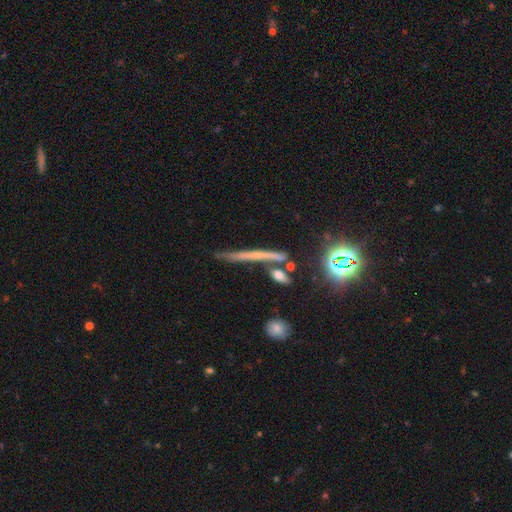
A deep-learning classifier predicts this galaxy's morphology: A featured or disk galaxy (44%).

Vote fractions:
- Smooth or featured? featured or disk: 44% / smooth: 34% / star or artifact: 22%
- Merging? none: 73% / minor disturbance: 14% / merger: 7% / major disturbance: 5%